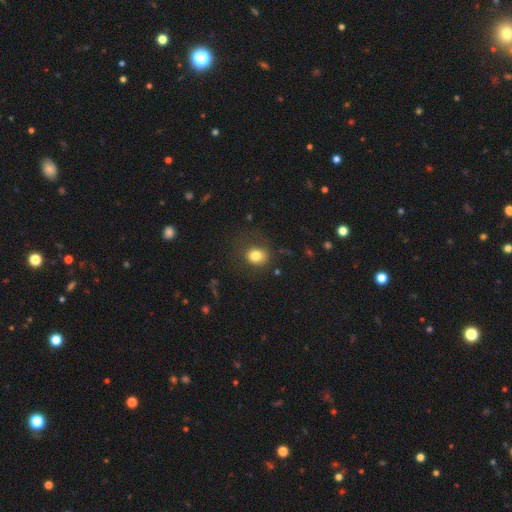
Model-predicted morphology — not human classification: A smooth galaxy with no disk features (79%) that is round (63%).

Vote fractions:
- Smooth or featured? smooth: 79% / star or artifact: 11% / featured or disk: 9%
- How rounded? round: 63% / in between: 37% / cigar-shaped: 1%
- Merging? none: 71% / minor disturbance: 17% / major disturbance: 10% / merger: 2%